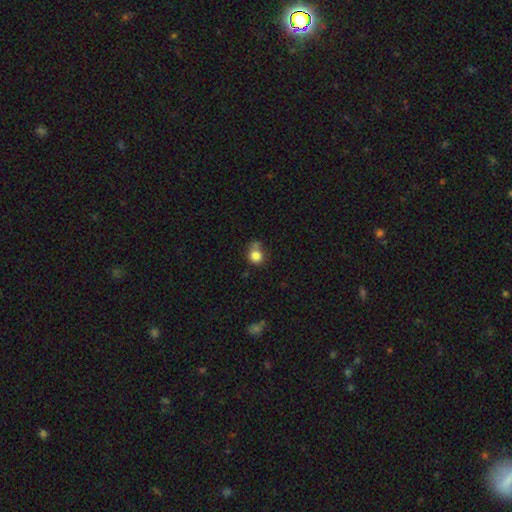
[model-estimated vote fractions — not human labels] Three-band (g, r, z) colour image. It shows a smooth galaxy with no disk features (83%) that is round (77%). Merging: none (52%).